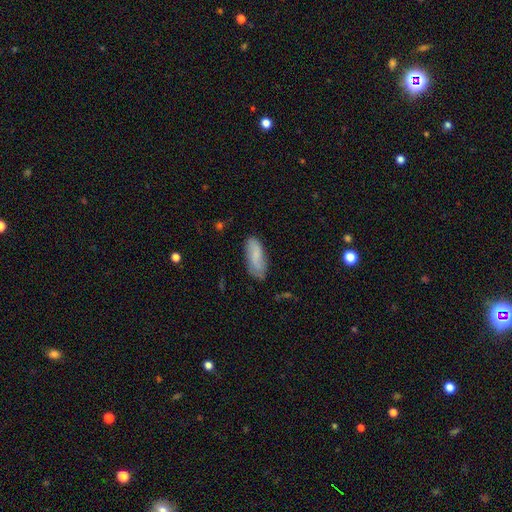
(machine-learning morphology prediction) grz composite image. It shows a smooth galaxy with no disk features (66%) that is in between round and cigar-shaped (74%). Merging: none (70%).